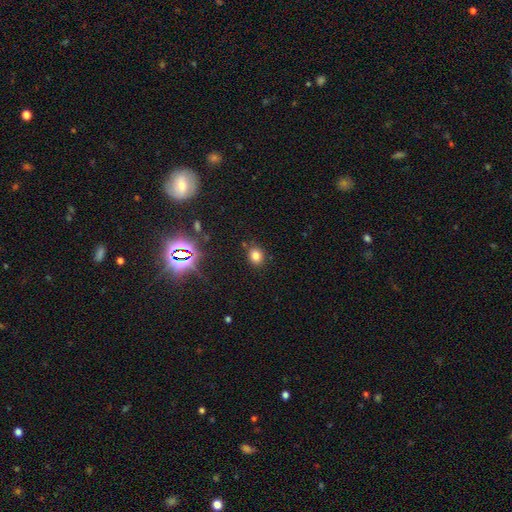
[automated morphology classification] This is likely a smooth galaxy (76%). How rounded: likely round (62%). Merging: clearly none (83%).